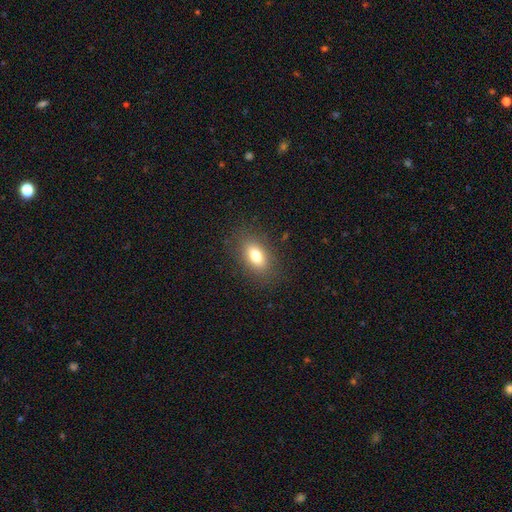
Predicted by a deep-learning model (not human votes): This appears to be a smooth galaxy with no disk features (75%) that is in between round and cigar-shaped (85%). Merging: none (85%).